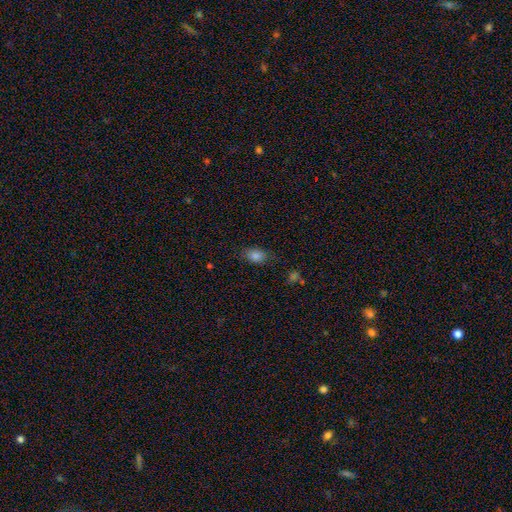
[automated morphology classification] smooth 83%, star or artifact 10%, featured or disk 7%. Down the decision tree: how rounded — in between (86%); merging — none (77%).